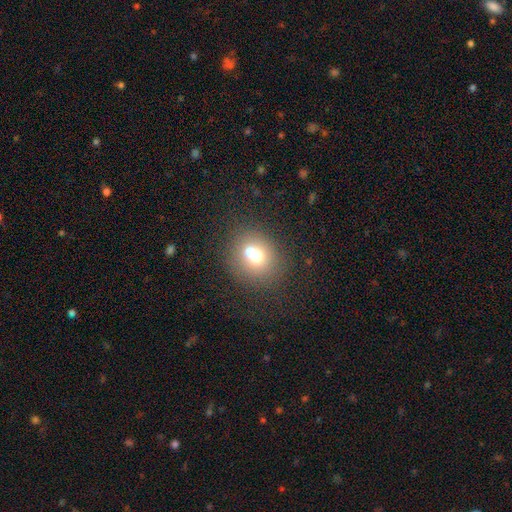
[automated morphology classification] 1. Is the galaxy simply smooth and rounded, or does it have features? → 66% smooth, 21% featured or disk, 13% star or artifact.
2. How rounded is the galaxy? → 79% round, 20% in between, 1% cigar-shaped.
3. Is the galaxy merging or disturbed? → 47% merger, 43% none, 7% minor disturbance, 3% major disturbance.